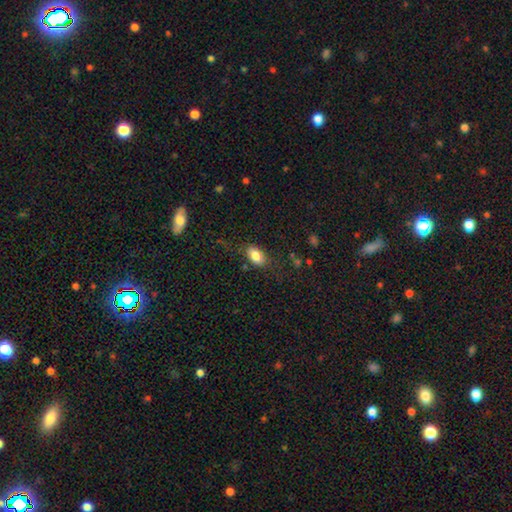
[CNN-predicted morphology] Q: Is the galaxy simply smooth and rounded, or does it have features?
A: smooth — 83%.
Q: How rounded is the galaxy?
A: in between — 90%.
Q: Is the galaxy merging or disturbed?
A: none — 76%.